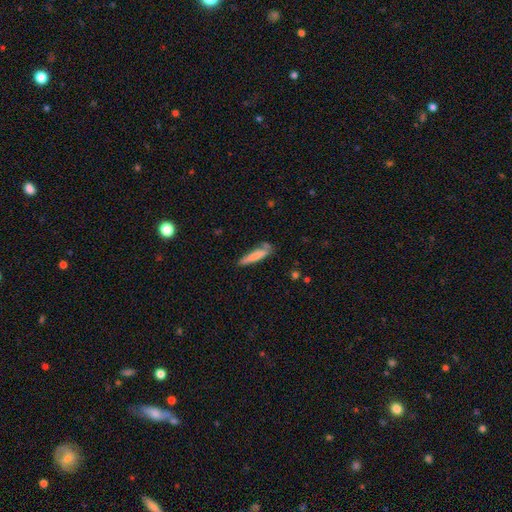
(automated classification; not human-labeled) smooth-or-featured: smooth: 78% | featured or disk: 16% | star or artifact: 6%
  how-rounded: cigar-shaped: 86% | in between: 12% | round: 1%
  merging: none: 70% | minor disturbance: 19% | merger: 7% | major disturbance: 4%